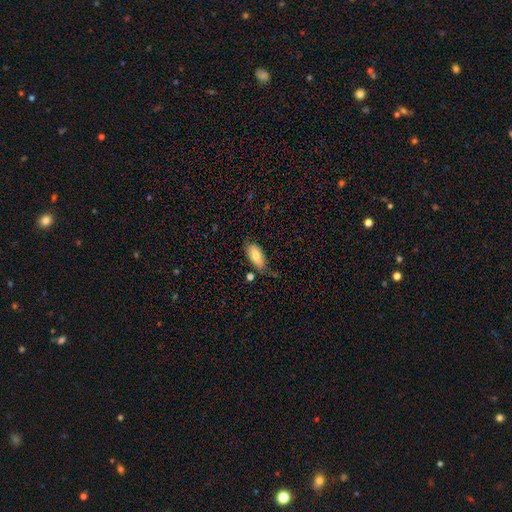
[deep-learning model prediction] The model was most divided on "merging": none: 65%, minor disturbance: 25%, major disturbance: 5%, merger: 5%. More confident: how rounded — in between (88%); smooth or featured — smooth (76%).